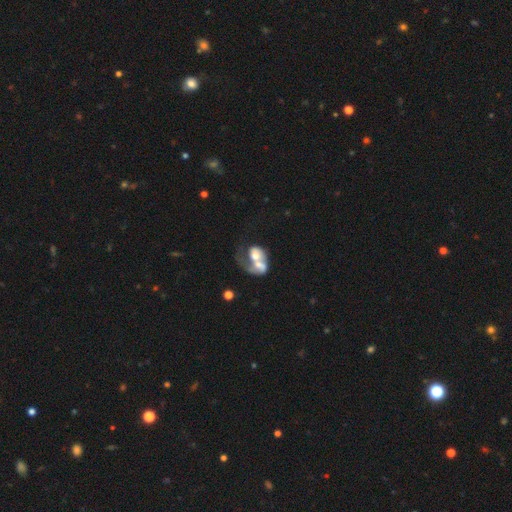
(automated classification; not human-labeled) A featured or disk galaxy (55%) with no bar (77%), spiral arms (54%) and a moderate central bulge (47%).

Vote fractions:
- Smooth or featured? featured or disk: 55% / smooth: 37% / star or artifact: 7%
- Edge-on disk? no: 97% / yes: 3%
- Bar? no: 77% / weak: 17% / strong: 5%
- Spiral arms? yes: 54% / no: 46%
- Bulge size? moderate: 47% / large: 23% / small: 16% / none: 9% / dominant: 5%
- Merging? merger: 73% / major disturbance: 15% / none: 8% / minor disturbance: 5%